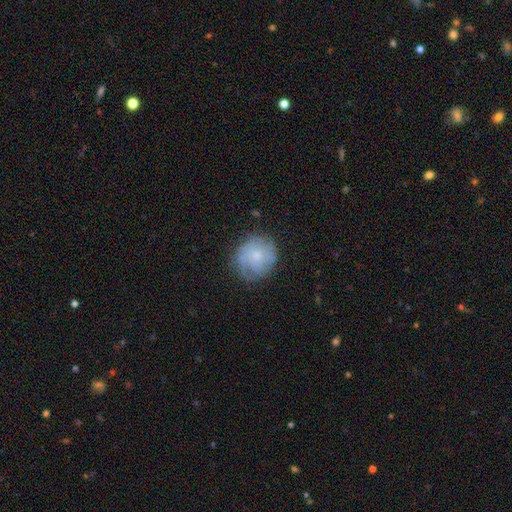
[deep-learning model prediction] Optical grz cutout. It shows a smooth galaxy with no disk features (48%). Merging: none (69%).